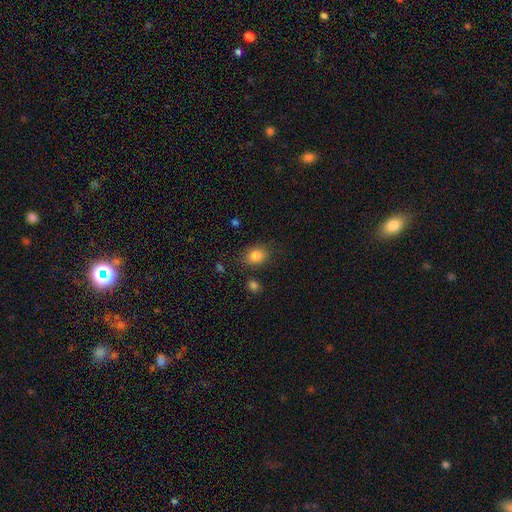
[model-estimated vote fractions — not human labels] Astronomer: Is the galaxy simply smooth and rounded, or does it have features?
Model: smooth — 84%.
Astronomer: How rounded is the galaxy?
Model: in between — 58% (runner-up: round, 41%).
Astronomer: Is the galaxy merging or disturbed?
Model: none — 79%.